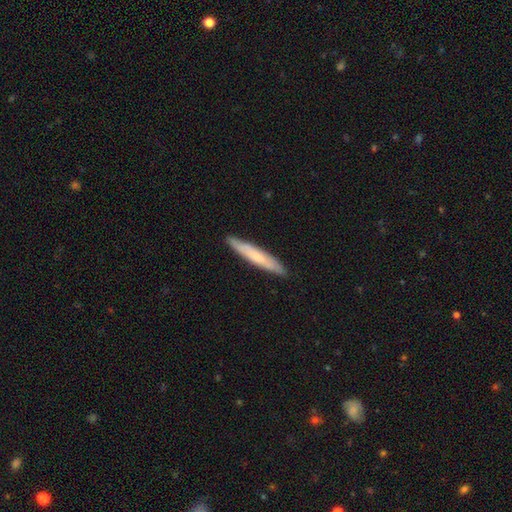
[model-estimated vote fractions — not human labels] Smooth or featured? smooth (61%)
How rounded? cigar-shaped (93%)
Merging? none (89%)